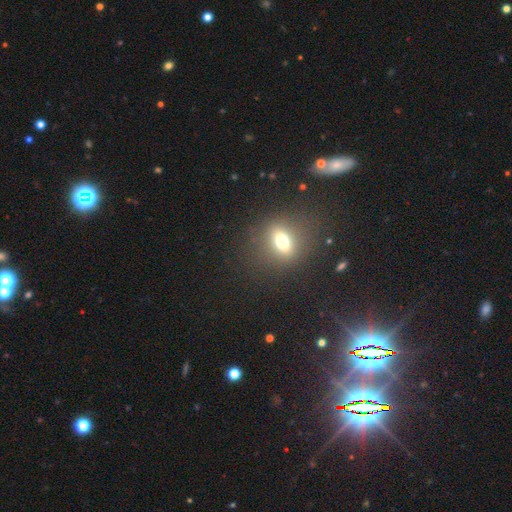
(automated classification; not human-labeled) smooth-or-featured: star or artifact: 43% | smooth: 42% | featured or disk: 15%